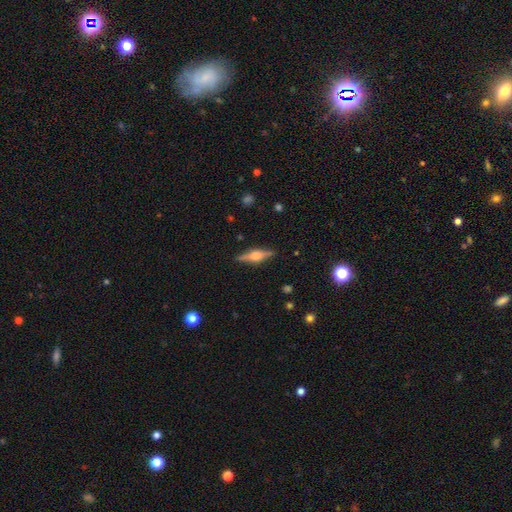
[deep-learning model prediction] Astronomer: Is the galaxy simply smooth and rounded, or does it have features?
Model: featured or disk — 69%.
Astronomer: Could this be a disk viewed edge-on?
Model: yes — 97%.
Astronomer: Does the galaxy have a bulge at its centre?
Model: rounded — 88%.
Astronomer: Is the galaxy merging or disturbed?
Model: none — 89%.